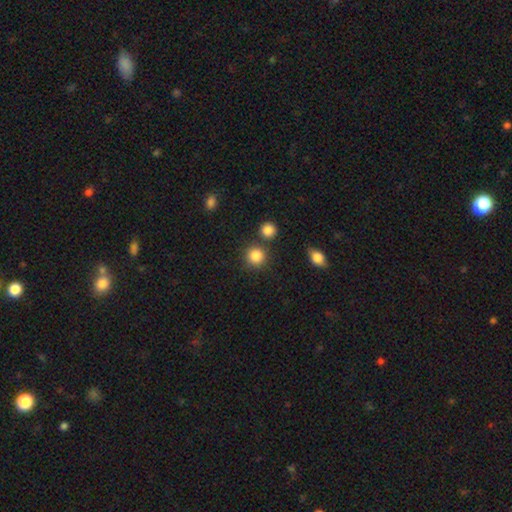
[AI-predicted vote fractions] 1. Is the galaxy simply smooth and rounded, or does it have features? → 85% smooth, 10% star or artifact, 5% featured or disk.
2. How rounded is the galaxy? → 91% round, 8% in between, 1% cigar-shaped.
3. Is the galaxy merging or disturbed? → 81% none, 9% merger, 8% minor disturbance, 3% major disturbance.